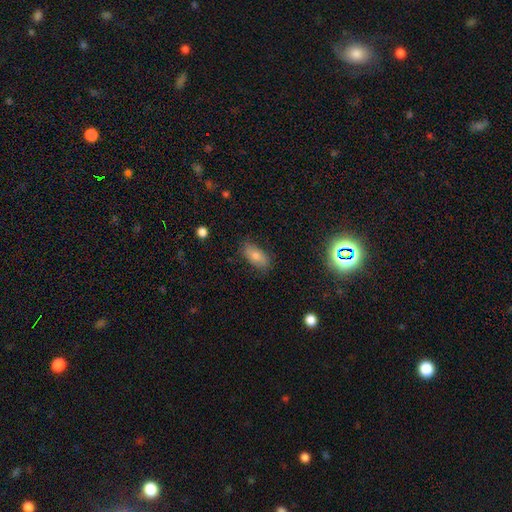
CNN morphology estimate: Overall: smooth (64%). How rounded: in between (88%). Merging: none (82%).